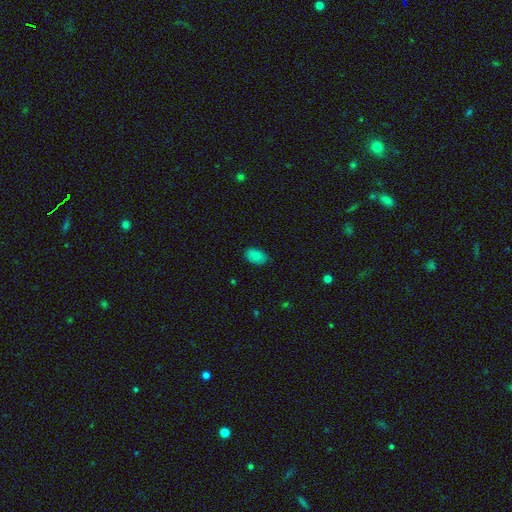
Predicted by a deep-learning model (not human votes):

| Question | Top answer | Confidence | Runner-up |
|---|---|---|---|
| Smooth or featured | smooth | 86% | star or artifact (9%) |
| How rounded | in between | 92% | round (7%) |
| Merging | none | 82% | minor disturbance (14%) |